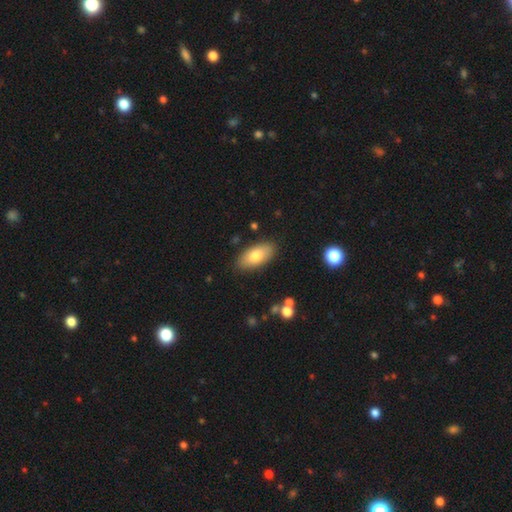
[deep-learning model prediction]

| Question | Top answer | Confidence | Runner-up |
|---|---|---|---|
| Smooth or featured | smooth | 77% | featured or disk (17%) |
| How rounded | in between | 91% | cigar-shaped (6%) |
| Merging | none | 86% | minor disturbance (10%) |